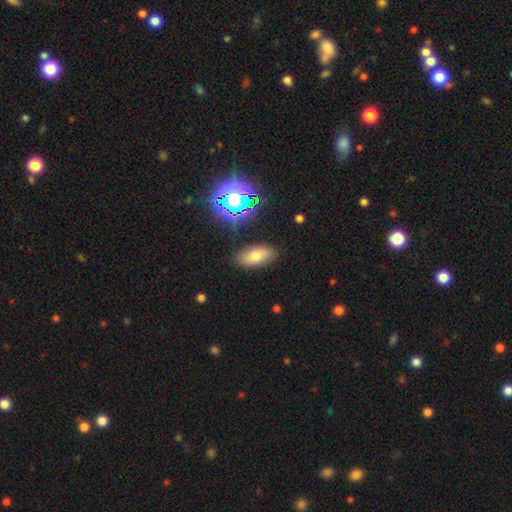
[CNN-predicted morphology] Smooth or featured? smooth (65%)
How rounded? in between (87%)
Merging? none (85%)